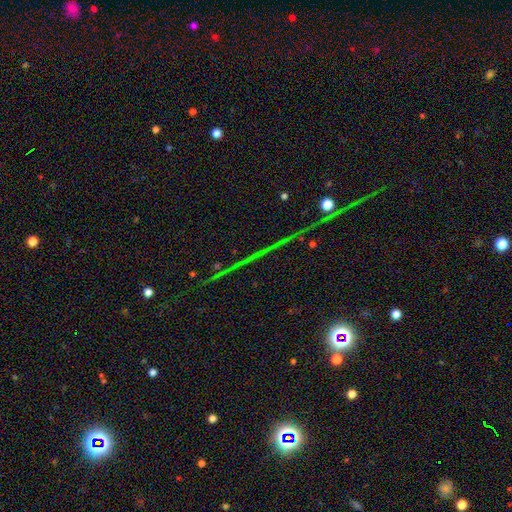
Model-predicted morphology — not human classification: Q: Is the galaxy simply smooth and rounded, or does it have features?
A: star or artifact — 77%.